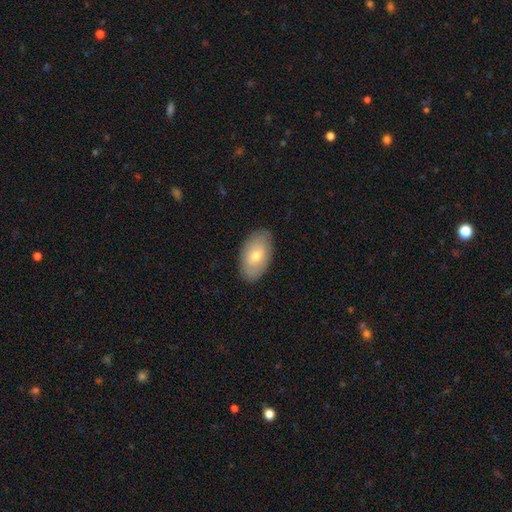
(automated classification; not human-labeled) Q: Smooth or featured?
A: smooth (65%); runner-up: featured or disk (29%)
Q: How rounded?
A: in between (93%); runner-up: round (5%)
Q: Merging?
A: none (85%); runner-up: minor disturbance (12%)